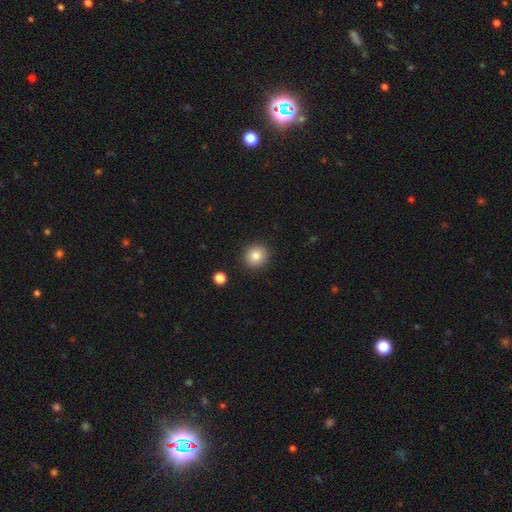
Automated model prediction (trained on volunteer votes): smooth-or-featured: smooth: 84% | star or artifact: 10% | featured or disk: 6%
  how-rounded: round: 88% | in between: 11% | cigar-shaped: 1%
  merging: none: 91% | minor disturbance: 6% | major disturbance: 2% | merger: 2%